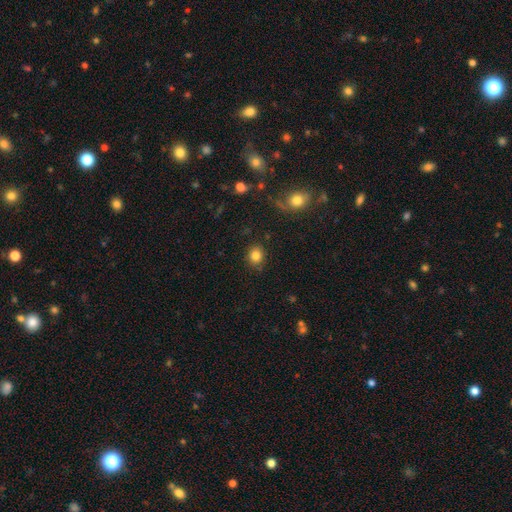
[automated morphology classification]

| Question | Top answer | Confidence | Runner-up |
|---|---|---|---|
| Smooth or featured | smooth | 83% | star or artifact (11%) |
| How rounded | round | 75% | in between (24%) |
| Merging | none | 86% | minor disturbance (9%) |